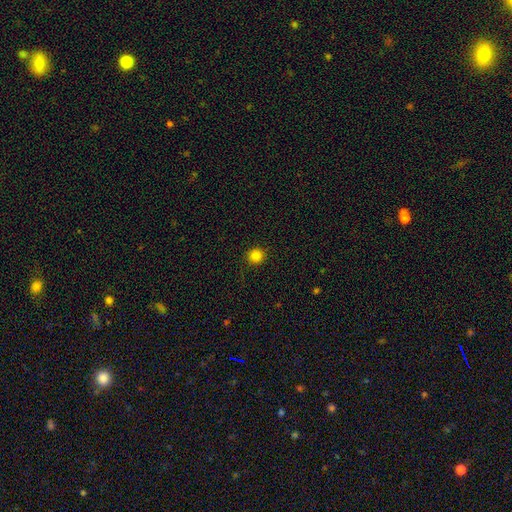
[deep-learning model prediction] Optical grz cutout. It shows a smooth galaxy with no disk features (83%) that is round (93%). Merging: none (91%).